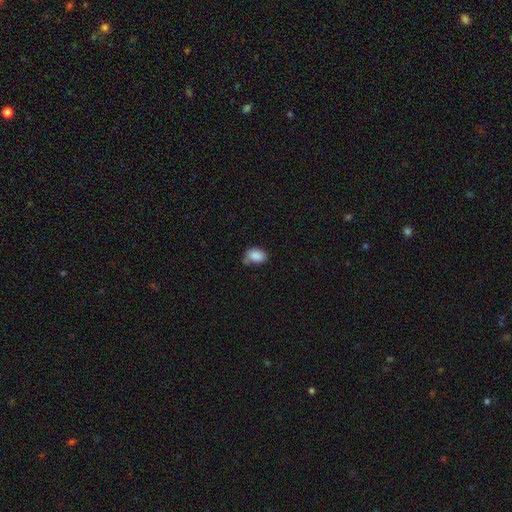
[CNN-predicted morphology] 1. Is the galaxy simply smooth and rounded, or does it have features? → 87% smooth, 8% star or artifact, 5% featured or disk.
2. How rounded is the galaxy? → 81% in between, 18% round, 1% cigar-shaped.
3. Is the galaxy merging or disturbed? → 50% none, 35% minor disturbance, 10% major disturbance, 6% merger.